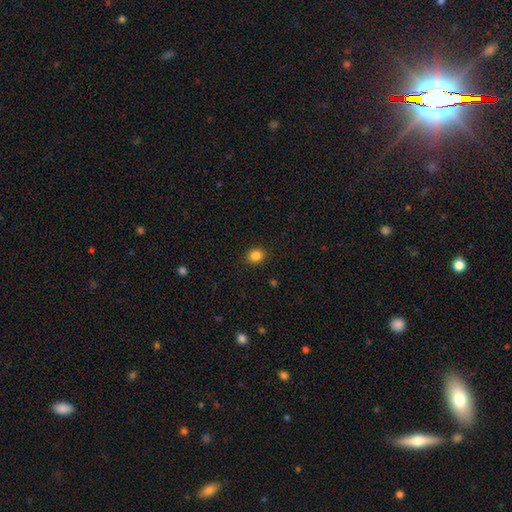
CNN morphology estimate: smooth_or_featured: smooth (p=0.85) [alt: star or artifact p=0.11]
how_rounded: round (p=0.67) [alt: in between p=0.32]
merging: none (p=0.90) [alt: minor disturbance p=0.07]